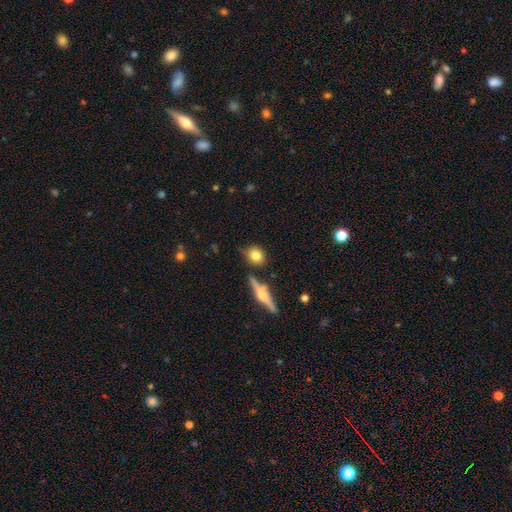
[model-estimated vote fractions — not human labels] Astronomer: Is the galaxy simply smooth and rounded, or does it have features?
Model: smooth — 76%.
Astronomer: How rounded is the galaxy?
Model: round — 68%.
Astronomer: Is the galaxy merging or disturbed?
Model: none — 75%.